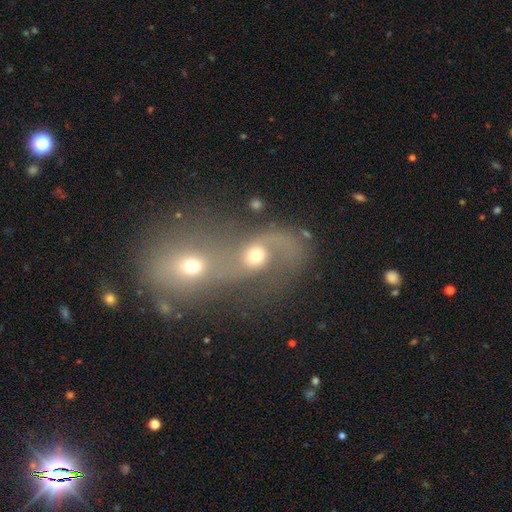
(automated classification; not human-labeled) The model was most divided on "smooth or featured": featured or disk: 48%, smooth: 38%, star or artifact: 14%. More confident: merging — merger (80%).